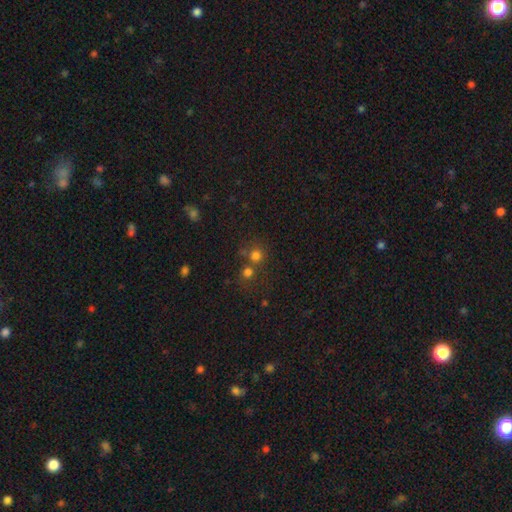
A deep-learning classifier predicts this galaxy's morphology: smooth-or-featured: smooth: 73% | star or artifact: 18% | featured or disk: 8%
  how-rounded: round: 90% | in between: 9% | cigar-shaped: 1%
  merging: none: 56% | merger: 33% | minor disturbance: 7% | major disturbance: 4%